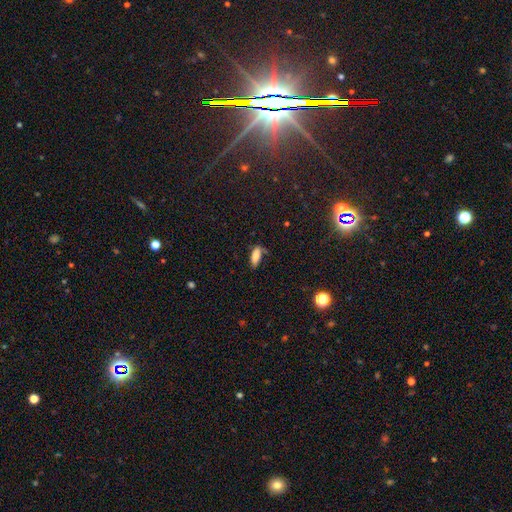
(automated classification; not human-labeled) smooth_or_featured: smooth (p=0.80) [alt: featured or disk p=0.11]
how_rounded: in between (p=0.74) [alt: cigar-shaped p=0.24]
merging: none (p=0.60) [alt: minor disturbance p=0.28]